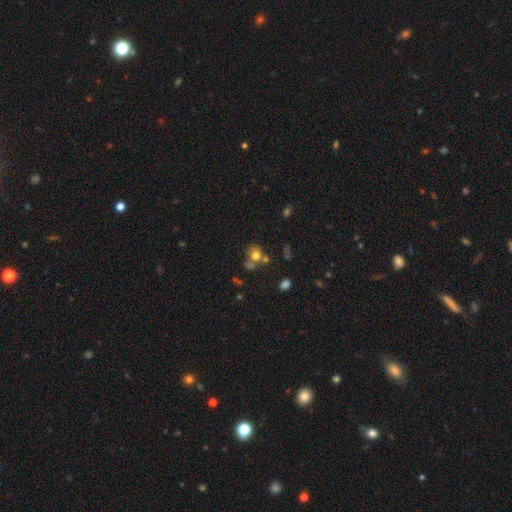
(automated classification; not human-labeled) Q: Smooth or featured?
A: smooth (71%); runner-up: featured or disk (15%)
Q: How rounded?
A: round (68%); runner-up: in between (31%)
Q: Merging?
A: none (45%); runner-up: merger (32%)